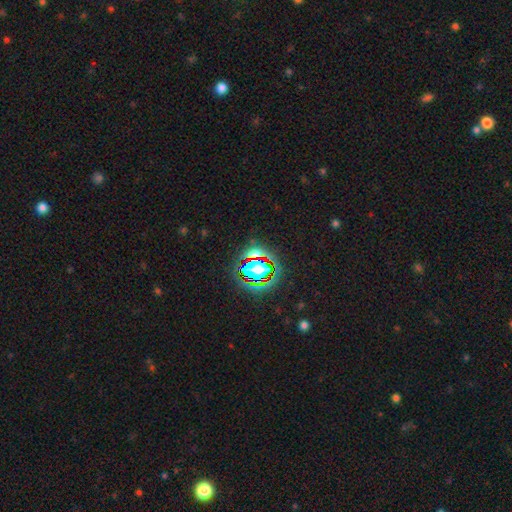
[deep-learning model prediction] smooth-or-featured: star or artifact: 77% | smooth: 14% | featured or disk: 10%